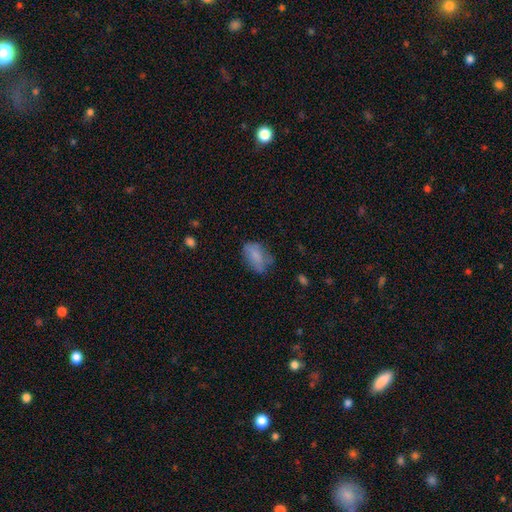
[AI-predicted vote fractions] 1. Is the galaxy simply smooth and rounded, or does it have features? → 74% smooth, 18% featured or disk, 9% star or artifact.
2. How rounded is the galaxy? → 87% in between, 11% round, 2% cigar-shaped.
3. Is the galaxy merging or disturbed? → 52% none, 31% minor disturbance, 14% major disturbance, 3% merger.